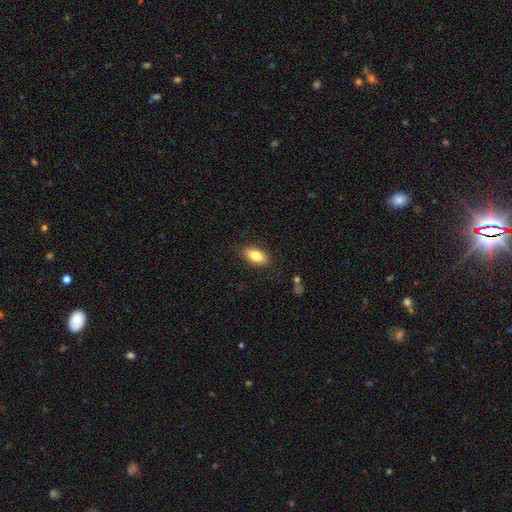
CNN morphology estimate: Overall: smooth (81%). How rounded: in between (91%). Merging: none (86%).